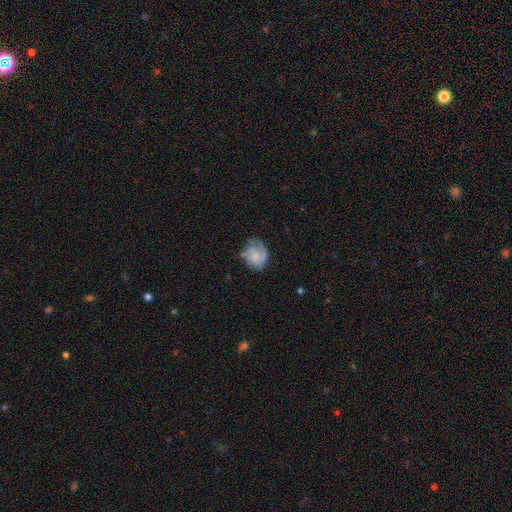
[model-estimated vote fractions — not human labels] featured or disk 51%, smooth 42%, star or artifact 8%. Down the decision tree: edge-on disk — no (98%); merging — none (51%).